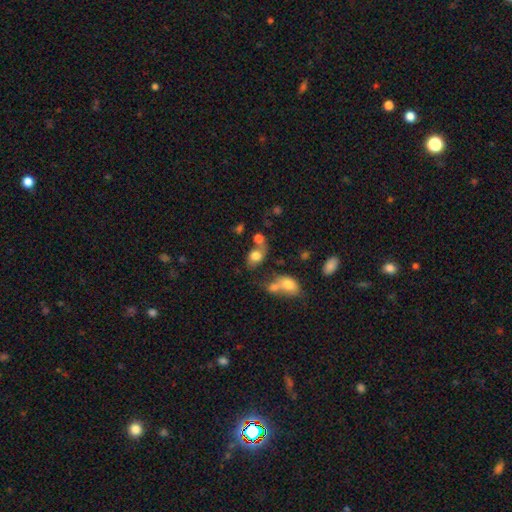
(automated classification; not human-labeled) This is likely a smooth galaxy (73%). How rounded: likely in between (66%). Merging: marginally none (41%).